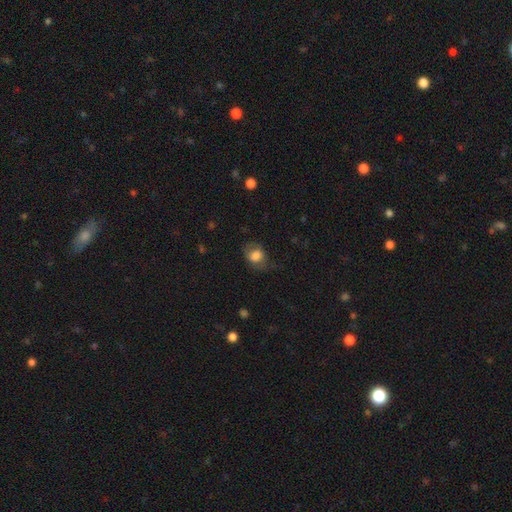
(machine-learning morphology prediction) Smooth or featured: smooth — 75% (featured or disk — 16%)
How rounded: in between — 55% (round — 44%)
Merging: none — 50% (minor disturbance — 28%)